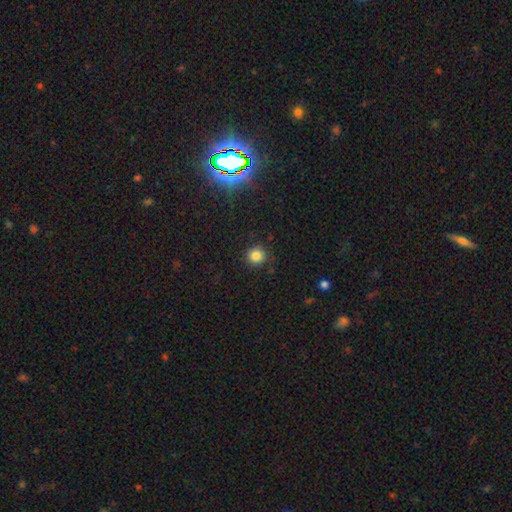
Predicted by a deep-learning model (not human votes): Morphology: type=smooth (82%); roundness=round (93%); merging=none (89%).